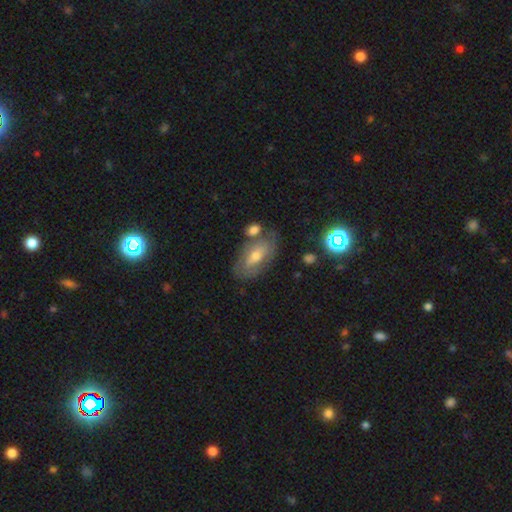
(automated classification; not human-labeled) A featured or disk galaxy (48%). Merging: none (62%).